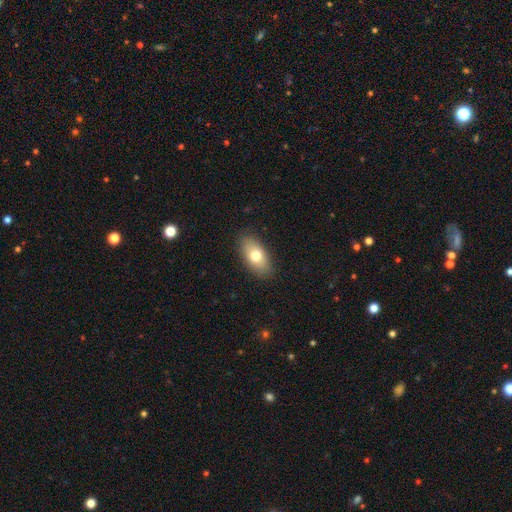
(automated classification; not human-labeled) Q: Smooth or featured?
A: smooth (73%); runner-up: featured or disk (19%)
Q: How rounded?
A: in between (90%); runner-up: round (5%)
Q: Merging?
A: none (87%); runner-up: minor disturbance (10%)